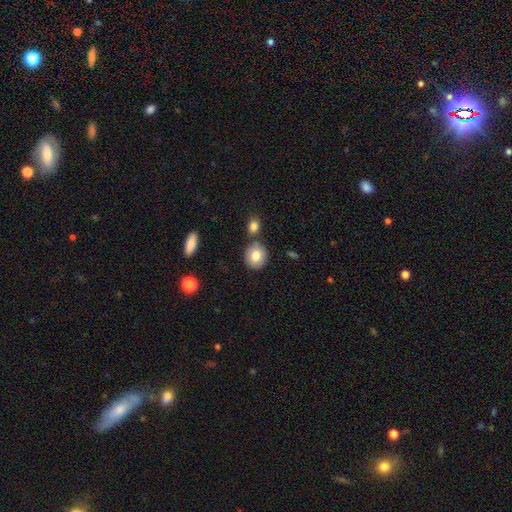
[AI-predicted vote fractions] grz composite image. It shows a smooth galaxy with no disk features (80%) that is round (80%). Merging: none (74%).